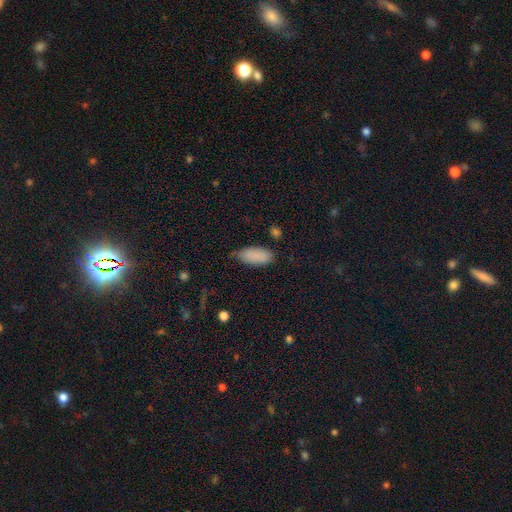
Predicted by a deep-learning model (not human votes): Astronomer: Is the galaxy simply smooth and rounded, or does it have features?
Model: smooth — 87%.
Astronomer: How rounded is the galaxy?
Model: in between — 87%.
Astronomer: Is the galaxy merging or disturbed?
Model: none — 62%.